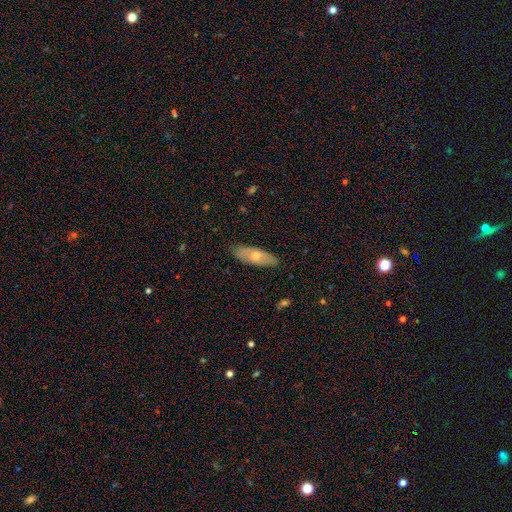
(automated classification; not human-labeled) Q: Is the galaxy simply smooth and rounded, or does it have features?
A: smooth — 53%.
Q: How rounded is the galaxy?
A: in between — 60%.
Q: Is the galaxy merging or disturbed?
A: none — 86%.